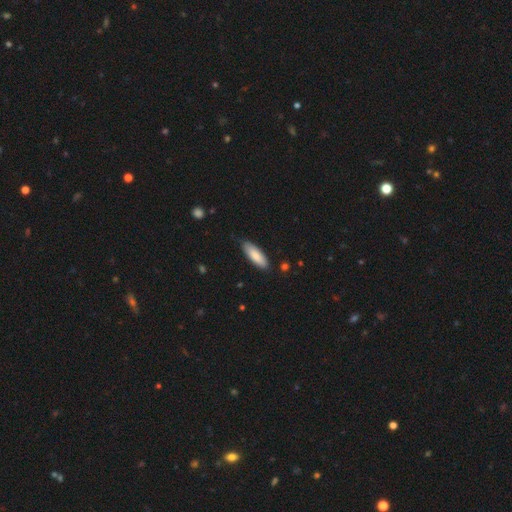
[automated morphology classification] Smooth or featured? Predicted: smooth (p=0.84). How rounded? Predicted: in between (p=0.57). Merging? Predicted: none (p=0.82).